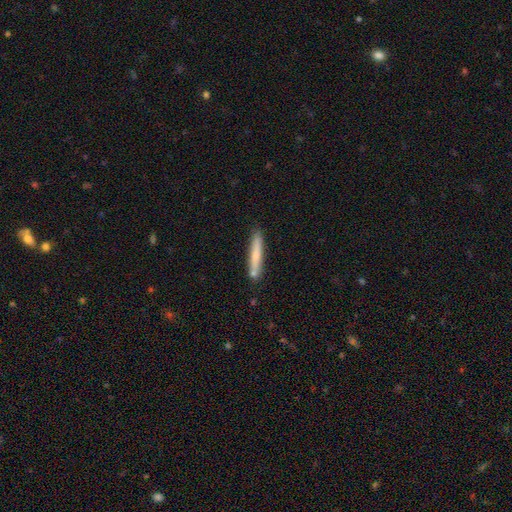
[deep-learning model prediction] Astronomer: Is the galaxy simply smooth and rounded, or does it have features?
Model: smooth — 63%.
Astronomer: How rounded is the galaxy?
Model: cigar-shaped — 93%.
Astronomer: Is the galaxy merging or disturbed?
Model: none — 80%.